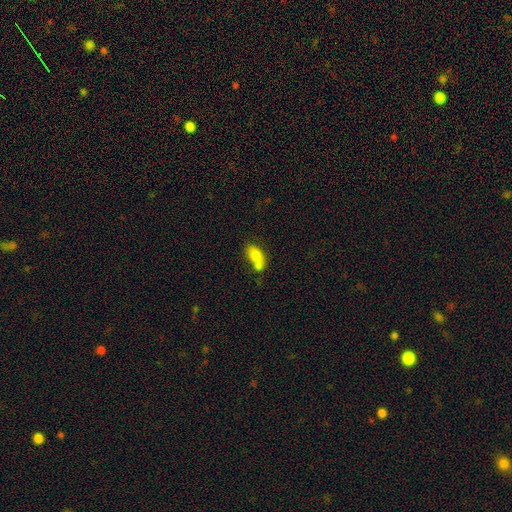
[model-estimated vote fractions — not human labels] smooth 74%, featured or disk 17%, star or artifact 9%. Down the decision tree: how rounded — in between (79%); merging — merger (55%).